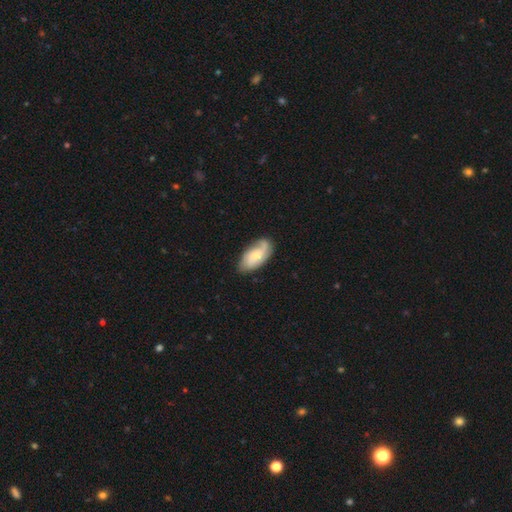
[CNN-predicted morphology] Overall: featured or disk (58%; smooth 37%). Edge-on disk: no (94%). Bar: no (66%; weak 29%). Spiral arms: yes (90%). Bulge size: small (53%; moderate 38%). Merging: none (71%).